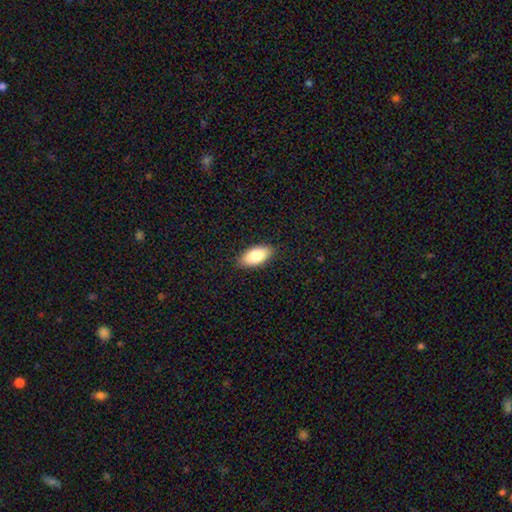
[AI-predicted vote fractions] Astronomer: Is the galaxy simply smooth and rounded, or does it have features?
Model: smooth — 82%.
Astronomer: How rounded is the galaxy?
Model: in between — 92%.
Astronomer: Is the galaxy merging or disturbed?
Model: none — 88%.